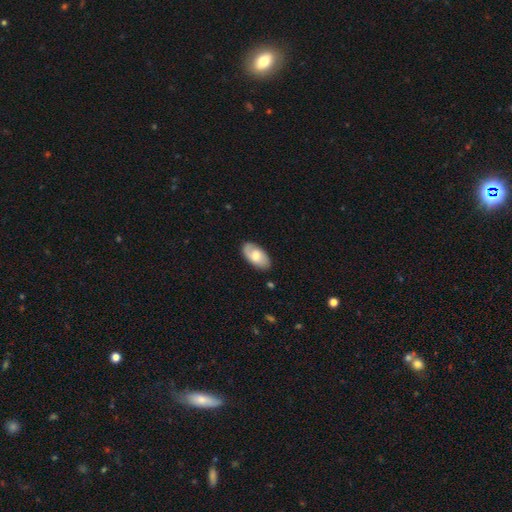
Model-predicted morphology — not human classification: Smooth or featured?
  - smooth: 62% *
  - featured or disk: 32%
  - star or artifact: 6%
How rounded?
  - in between: 95% *
  - round: 3%
  - cigar-shaped: 2%
Merging?
  - none: 82% *
  - minor disturbance: 14%
  - major disturbance: 3%
  - merger: 1%